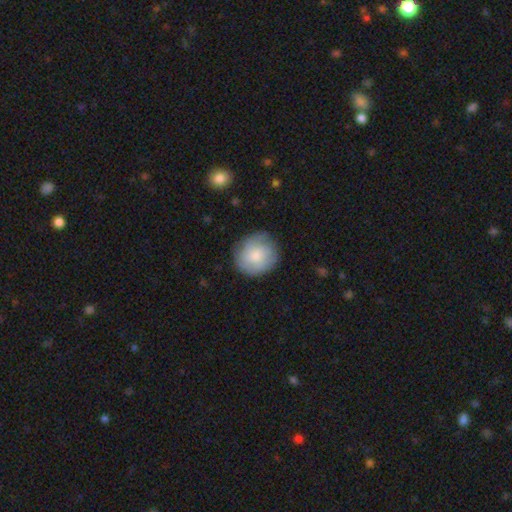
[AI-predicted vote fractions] Overall: smooth (62%; featured or disk 31%). How rounded: round (90%). Merging: none (79%).